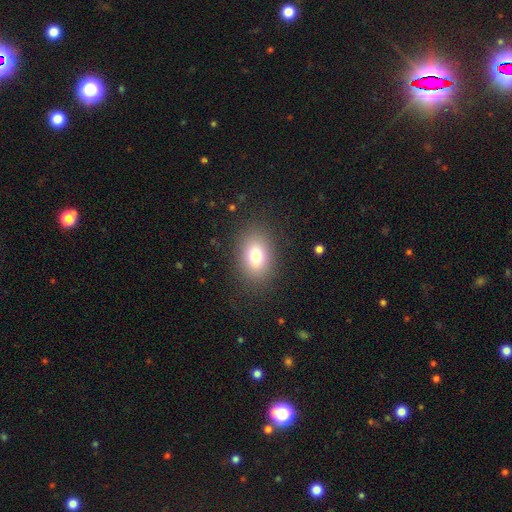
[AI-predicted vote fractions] This appears to be a smooth galaxy with no disk features (76%) that is in between round and cigar-shaped (75%). Merging: none (85%).